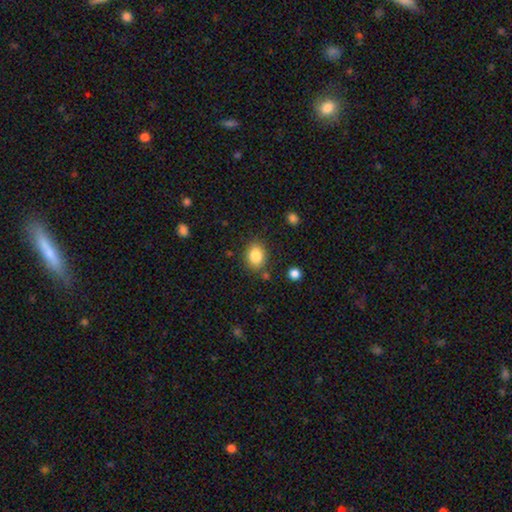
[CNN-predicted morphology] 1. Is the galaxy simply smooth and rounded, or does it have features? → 85% smooth, 9% star or artifact, 6% featured or disk.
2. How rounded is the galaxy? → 55% in between, 45% round, 1% cigar-shaped.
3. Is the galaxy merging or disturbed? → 81% none, 12% minor disturbance, 4% merger, 4% major disturbance.